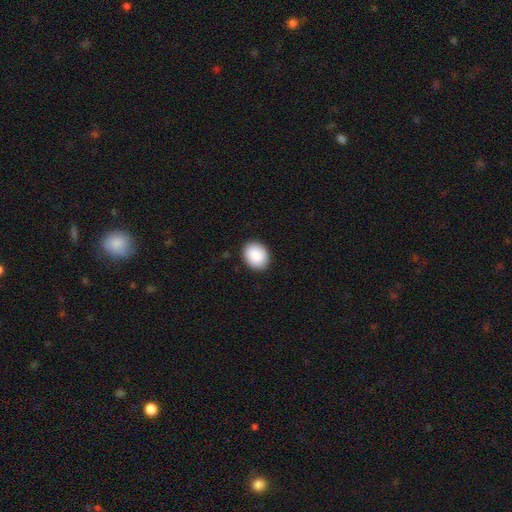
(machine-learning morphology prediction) The model was most divided on "how rounded": round: 51%, in between: 48%, cigar-shaped: 1%. More confident: smooth or featured — smooth (90%); merging — none (89%).